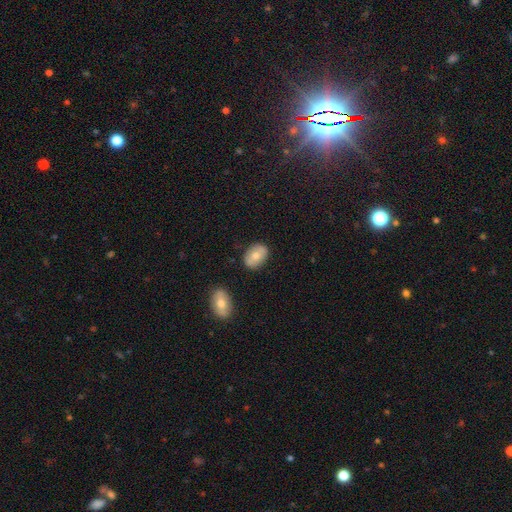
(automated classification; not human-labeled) Smooth or featured? Predicted: smooth (p=0.71). How rounded? Predicted: in between (p=0.79). Merging? Predicted: none (p=0.83).